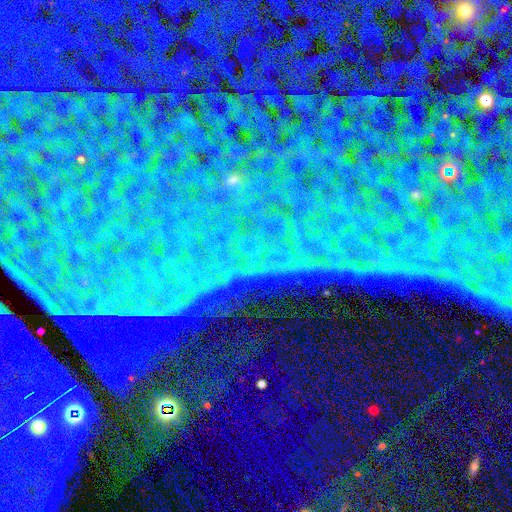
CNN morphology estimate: Smooth or featured: star or artifact — 86% (featured or disk — 7%)